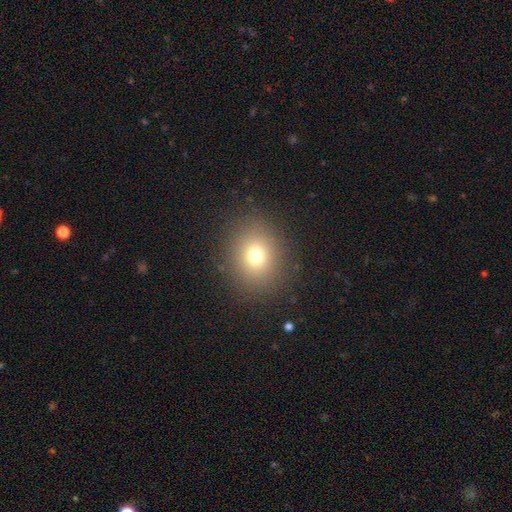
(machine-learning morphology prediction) smooth-or-featured: smooth: 73% | star or artifact: 16% | featured or disk: 10%
  how-rounded: round: 69% | in between: 30% | cigar-shaped: 1%
  merging: none: 87% | minor disturbance: 8% | major disturbance: 4% | merger: 1%